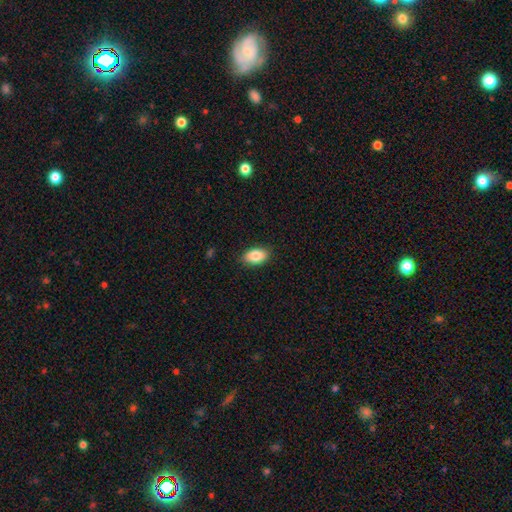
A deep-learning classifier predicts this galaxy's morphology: The model was most divided on "merging": none: 87%, minor disturbance: 10%, major disturbance: 2%, merger: 1%. More confident: how rounded — in between (92%); smooth or featured — smooth (86%).